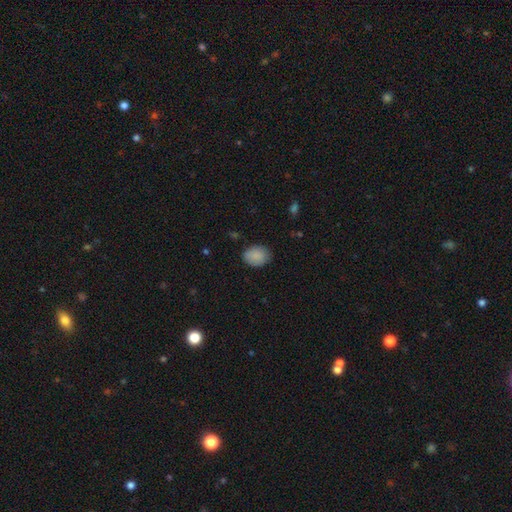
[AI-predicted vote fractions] A smooth galaxy with no disk features (88%) that is in between round and cigar-shaped (54%). Merging: none (80%).